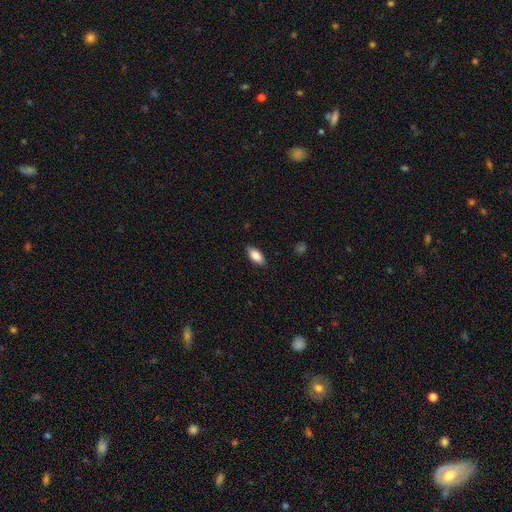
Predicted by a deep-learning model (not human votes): The model was most divided on "merging": none: 86%, minor disturbance: 11%, major disturbance: 2%, merger: 1%. More confident: how rounded — in between (87%); smooth or featured — smooth (85%).